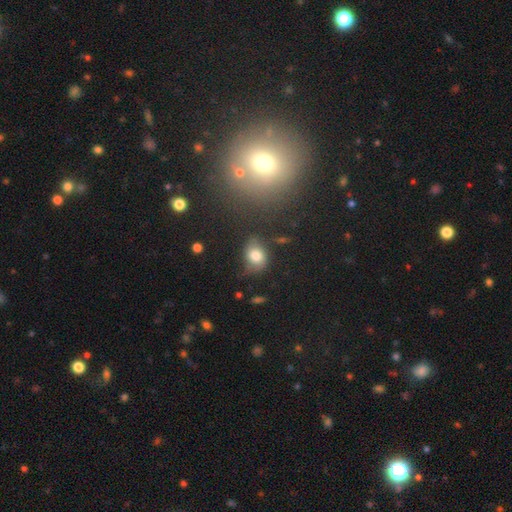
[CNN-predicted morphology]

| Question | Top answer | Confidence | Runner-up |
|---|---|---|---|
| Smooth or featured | smooth | 74% | featured or disk (15%) |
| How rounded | in between | 58% | round (41%) |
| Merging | none | 54% | minor disturbance (30%) |